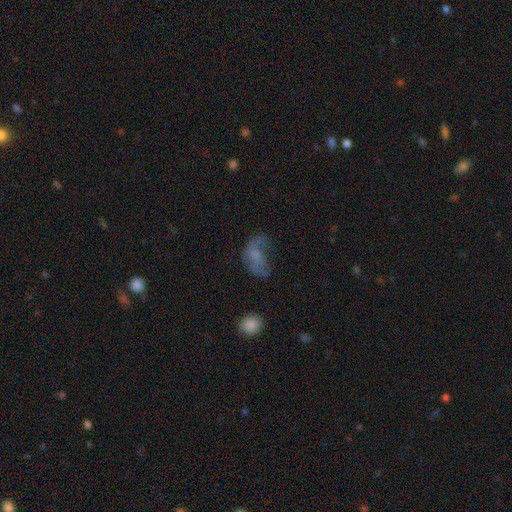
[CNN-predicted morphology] Smooth or featured? Predicted: smooth (p=0.45). Merging? Predicted: major disturbance (p=0.43).